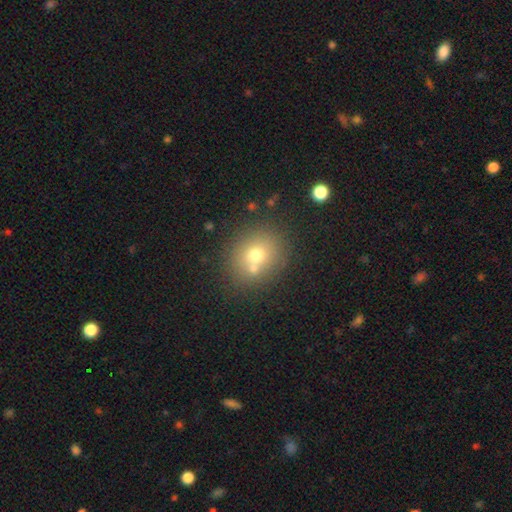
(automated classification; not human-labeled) A smooth galaxy with no disk features (67%) that is round (75%). Merging: none (65%).